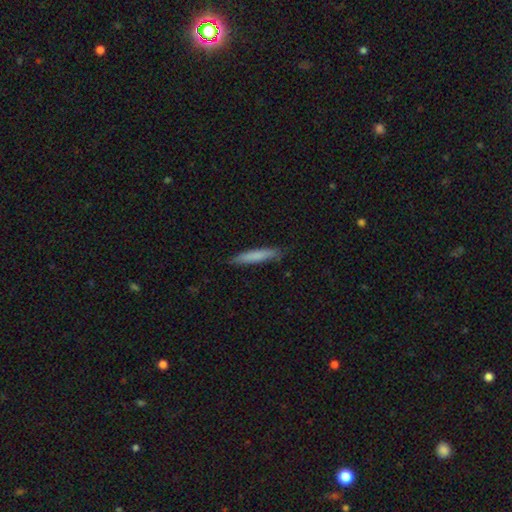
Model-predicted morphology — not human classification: smooth_or_featured: smooth (p=0.77) [alt: featured or disk p=0.17]
how_rounded: cigar-shaped (p=0.92) [alt: in between p=0.07]
merging: none (p=0.84) [alt: minor disturbance p=0.13]